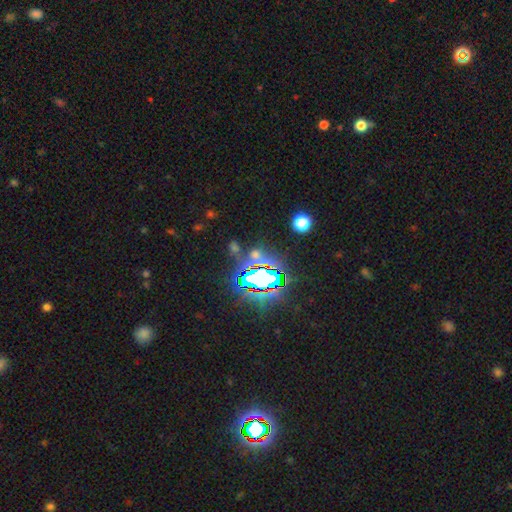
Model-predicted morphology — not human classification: Smooth or featured: star or artifact — 68% (smooth — 22%)